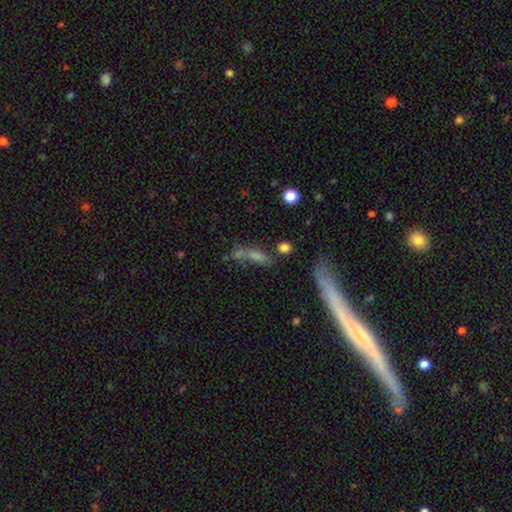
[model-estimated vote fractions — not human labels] smooth 65%, featured or disk 19%, star or artifact 15%. Down the decision tree: how rounded — cigar-shaped (59%); merging — none (42%).